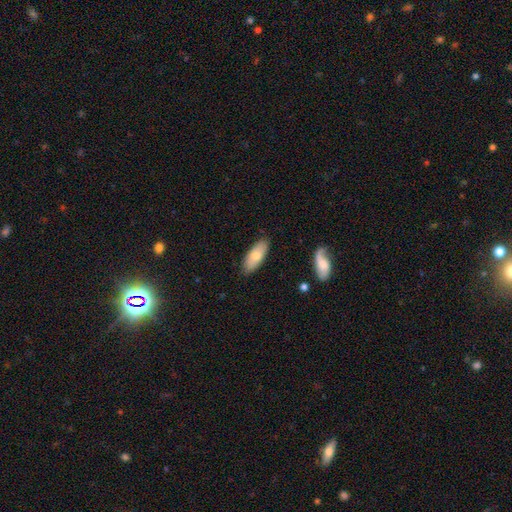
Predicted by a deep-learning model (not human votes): A smooth galaxy with no disk features (73%) that is in between round and cigar-shaped (79%). Merging: none (85%).